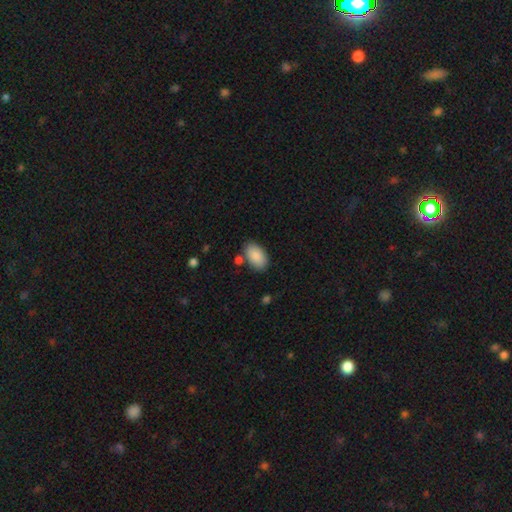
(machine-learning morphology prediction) Smooth or featured?
  - smooth: 89% *
  - star or artifact: 7%
  - featured or disk: 5%
How rounded?
  - in between: 94% *
  - round: 5%
  - cigar-shaped: 1%
Merging?
  - none: 78% *
  - minor disturbance: 13%
  - merger: 6%
  - major disturbance: 3%